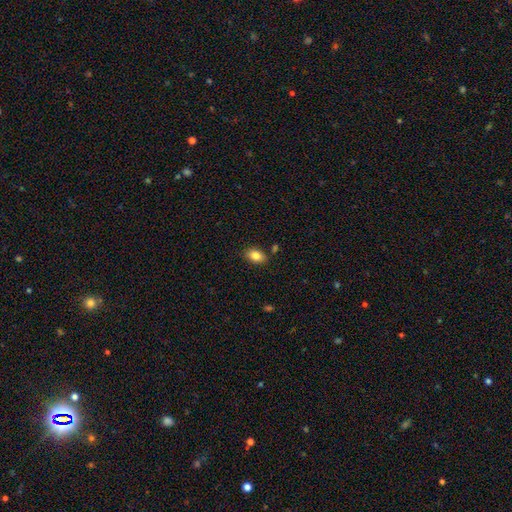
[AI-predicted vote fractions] Overall: smooth (83%). How rounded: in between (87%). Merging: none (83%).